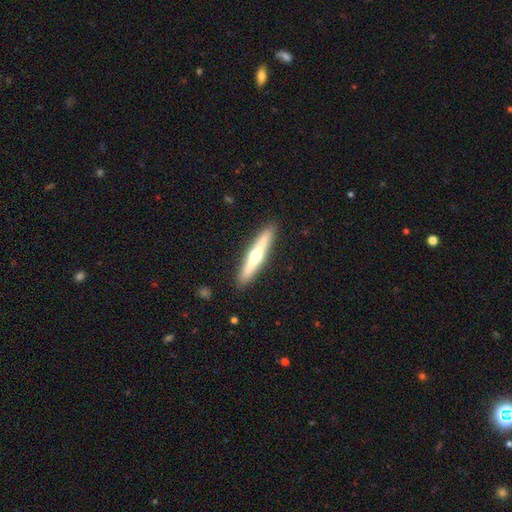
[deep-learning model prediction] This appears to be a featured or disk galaxy (62%) viewed edge-on (96%) with a rounded central bulge (93%). Merging: none (91%).